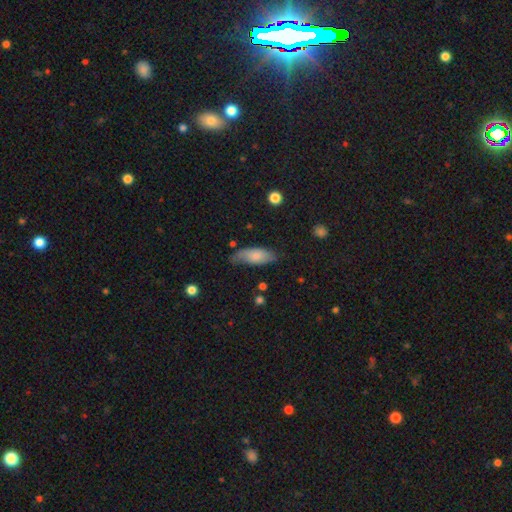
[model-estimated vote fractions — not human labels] Smooth or featured? smooth (75%)
How rounded? in between (79%)
Merging? none (58%)